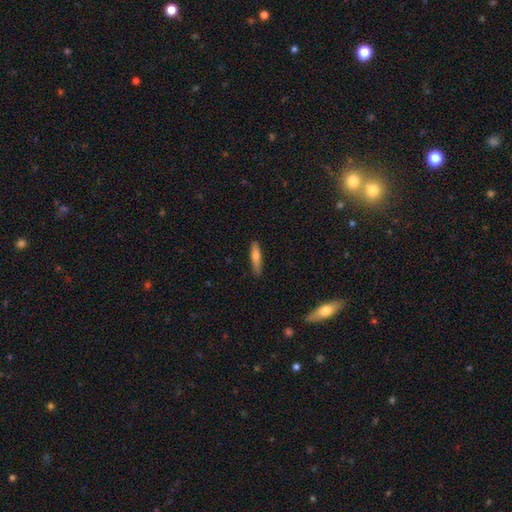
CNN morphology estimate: smooth_or_featured: smooth (p=0.67) [alt: featured or disk p=0.27]
how_rounded: cigar-shaped (p=0.82) [alt: in between p=0.16]
merging: none (p=0.85) [alt: minor disturbance p=0.12]